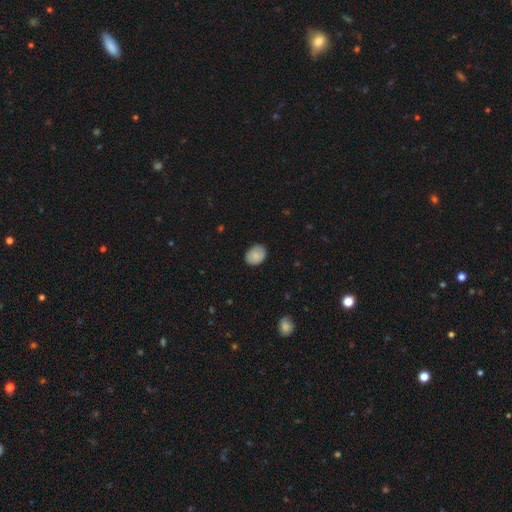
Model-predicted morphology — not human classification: smooth-or-featured: smooth: 82% | featured or disk: 11% | star or artifact: 7%
  how-rounded: in between: 60% | round: 39% | cigar-shaped: 1%
  merging: none: 83% | minor disturbance: 14% | major disturbance: 3% | merger: 1%